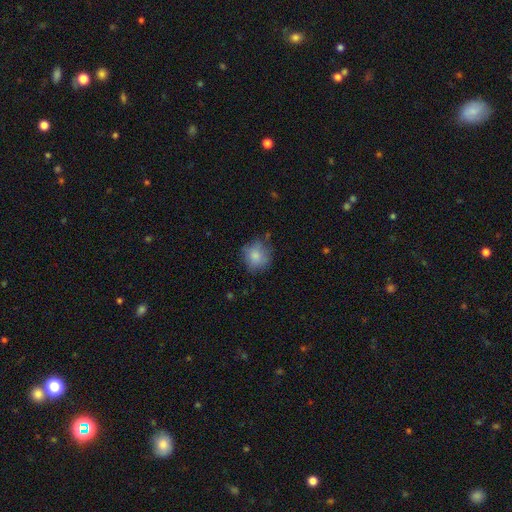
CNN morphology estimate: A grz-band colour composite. It shows a smooth galaxy with no disk features (80%) that is round (85%). Merging: none (68%).